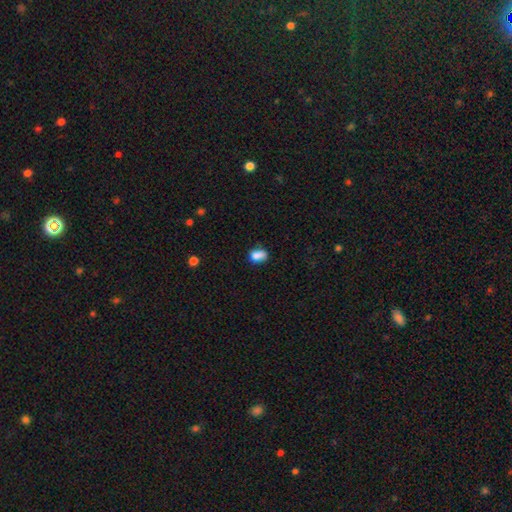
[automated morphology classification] A smooth galaxy with no disk features (83%) that is in between round and cigar-shaped (75%). Merging: none (56%).